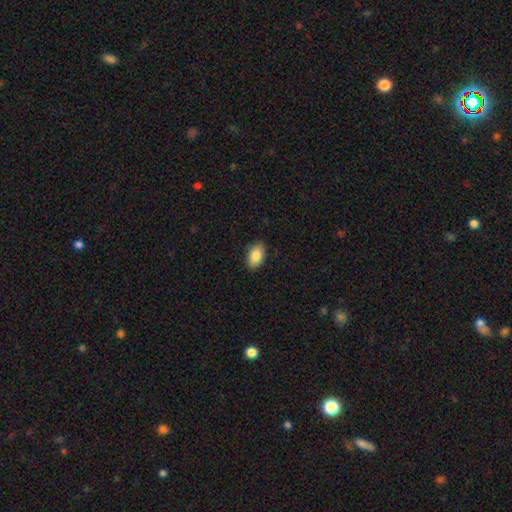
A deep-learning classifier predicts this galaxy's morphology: This appears to be a smooth galaxy with no disk features (86%) that is in between round and cigar-shaped (89%). Merging: none (87%).